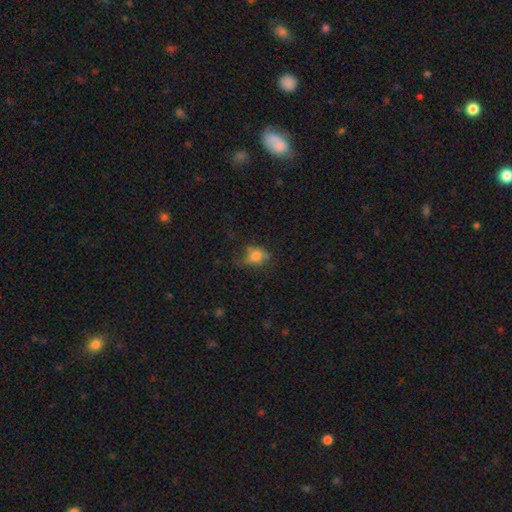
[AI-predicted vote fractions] A smooth galaxy with no disk features (72%) that is in between round and cigar-shaped (50%). Merging: none (41%).